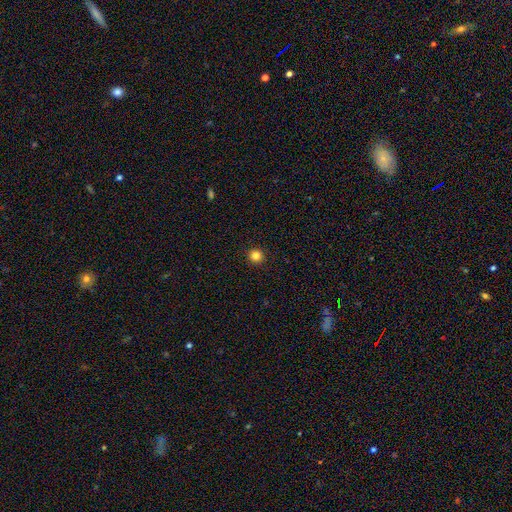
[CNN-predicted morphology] Smooth or featured? Predicted: smooth (p=0.83). How rounded? Predicted: round (p=0.95). Merging? Predicted: none (p=0.93).